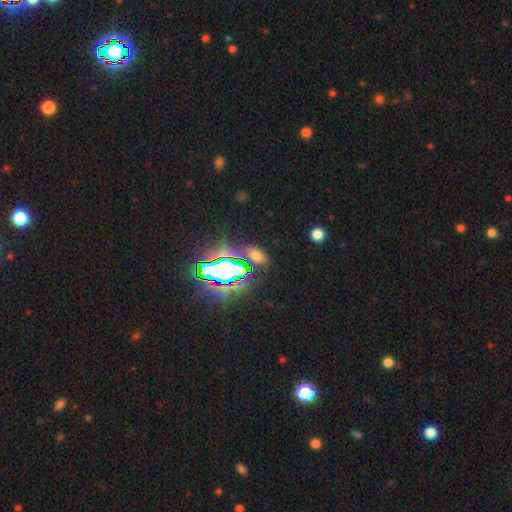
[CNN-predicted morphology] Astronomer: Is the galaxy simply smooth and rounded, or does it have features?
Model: star or artifact — 48% (runner-up: smooth, 41%).